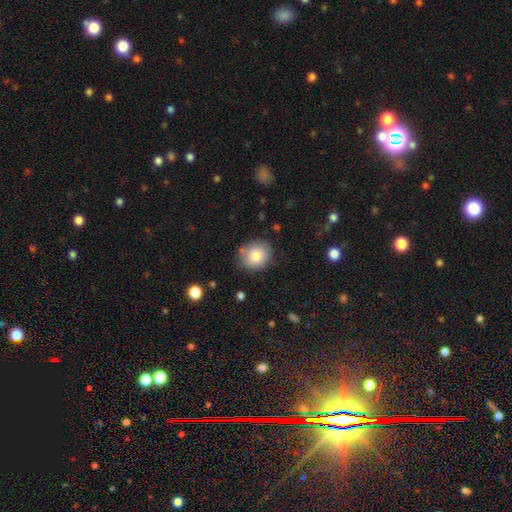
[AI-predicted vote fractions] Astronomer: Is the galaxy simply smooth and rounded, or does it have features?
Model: smooth — 82%.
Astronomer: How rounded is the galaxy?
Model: round — 73%.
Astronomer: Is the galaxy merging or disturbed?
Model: none — 79%.